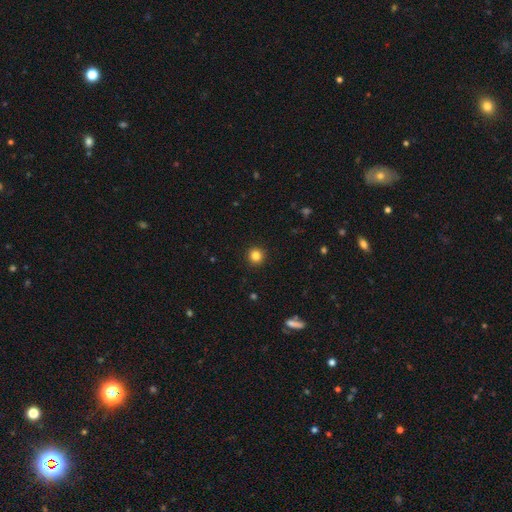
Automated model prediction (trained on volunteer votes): The model was most divided on "smooth or featured": smooth: 84%, star or artifact: 12%, featured or disk: 5%. More confident: how rounded — round (94%); merging — none (93%).